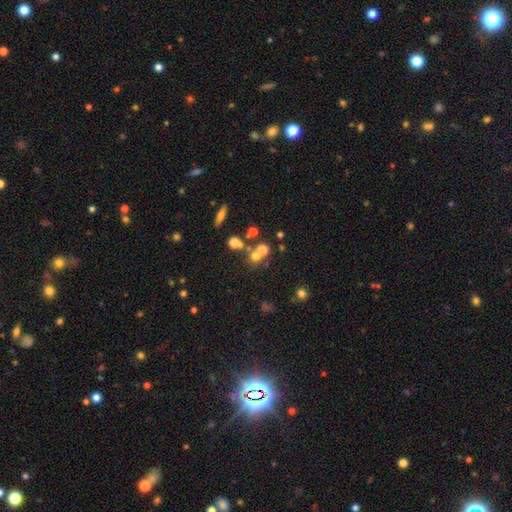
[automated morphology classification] smooth 58%, star or artifact 24%, featured or disk 19%. Down the decision tree: how rounded — round (85%); merging — none (49%).